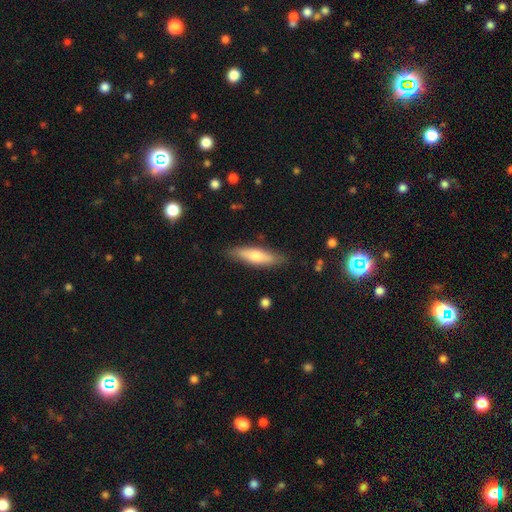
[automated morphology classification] Q: Smooth or featured?
A: smooth (59%); runner-up: featured or disk (35%)
Q: How rounded?
A: cigar-shaped (71%); runner-up: in between (27%)
Q: Merging?
A: none (85%); runner-up: minor disturbance (11%)